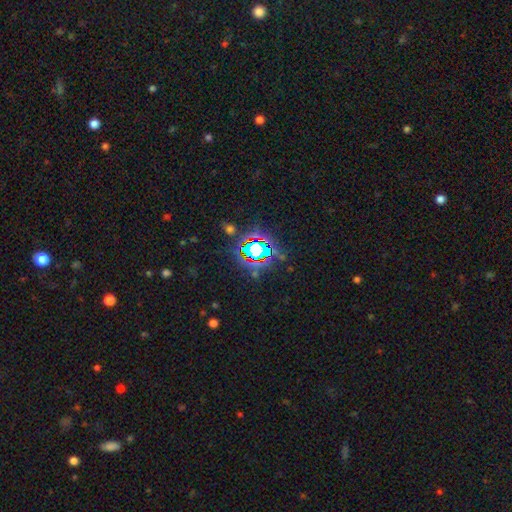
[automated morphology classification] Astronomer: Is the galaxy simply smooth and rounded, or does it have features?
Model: star or artifact — 77%.